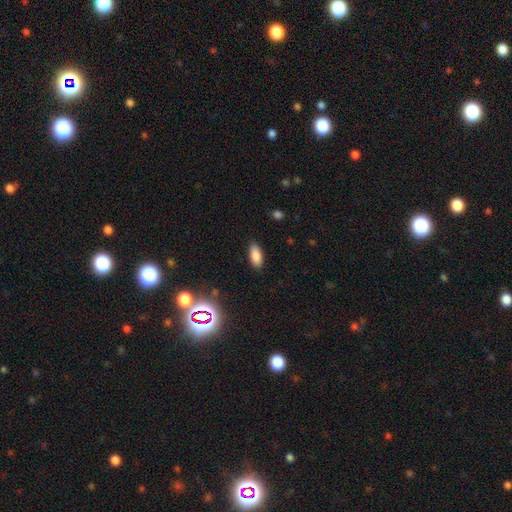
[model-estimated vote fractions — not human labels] This is clearly a smooth galaxy (83%). How rounded: clearly in between (85%). Merging: clearly none (87%).